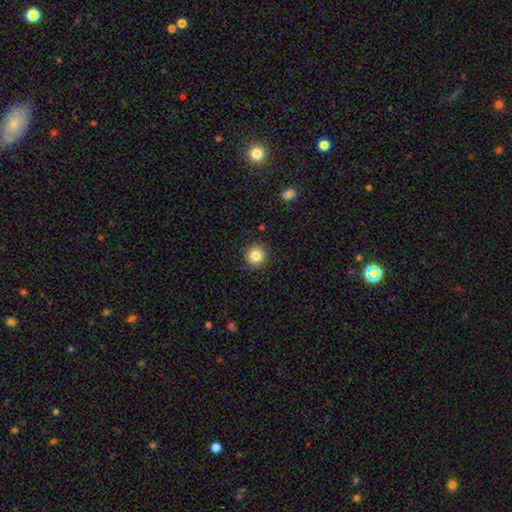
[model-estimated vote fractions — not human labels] Smooth or featured? smooth (83%)
How rounded? round (93%)
Merging? none (89%)